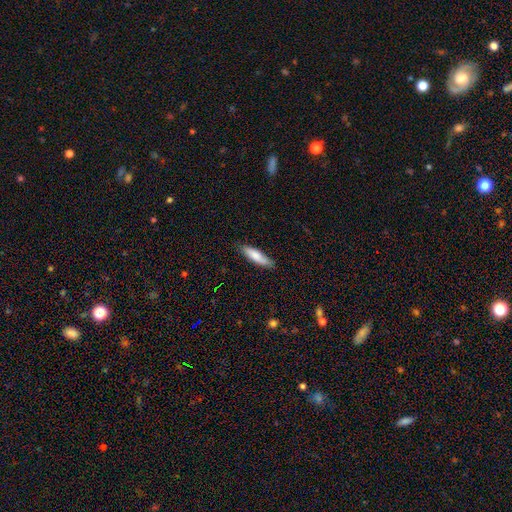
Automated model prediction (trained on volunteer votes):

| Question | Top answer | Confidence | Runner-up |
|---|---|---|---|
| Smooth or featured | smooth | 79% | featured or disk (15%) |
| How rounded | cigar-shaped | 67% | in between (32%) |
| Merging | none | 80% | minor disturbance (16%) |